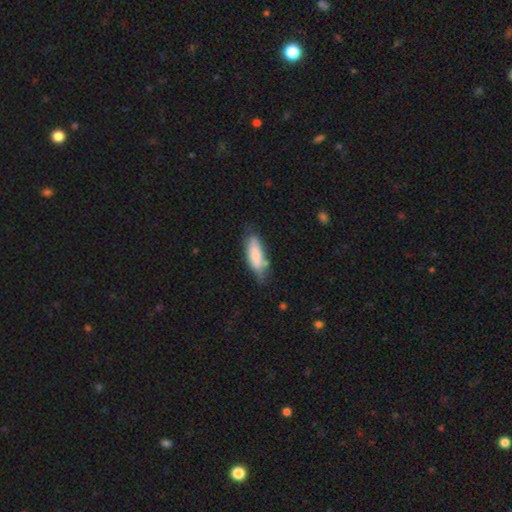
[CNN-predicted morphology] A smooth galaxy with no disk features (74%) that is in between round and cigar-shaped (67%).

Vote fractions:
- Smooth or featured? smooth: 74% / featured or disk: 20% / star or artifact: 6%
- How rounded? in between: 67% / cigar-shaped: 31% / round: 2%
- Merging? none: 61% / minor disturbance: 27% / major disturbance: 6% / merger: 5%